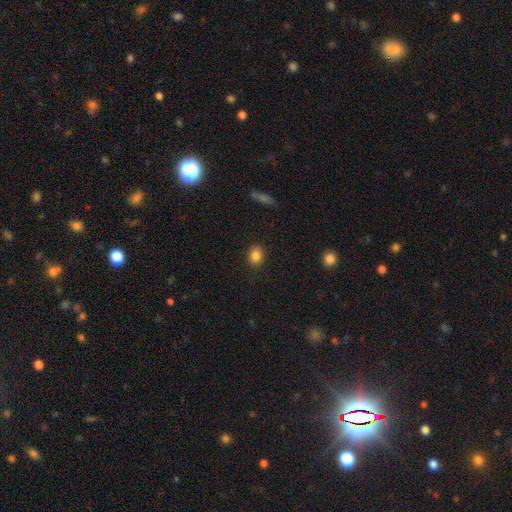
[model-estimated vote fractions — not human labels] This appears to be a smooth galaxy with no disk features (85%) that is round (51%). Merging: none (88%).